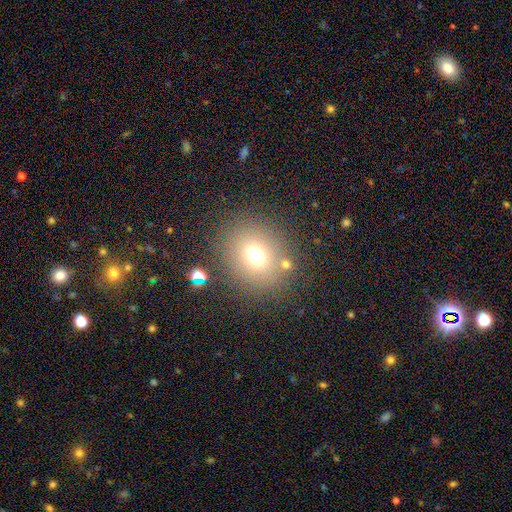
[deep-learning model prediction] smooth-or-featured: smooth: 70% | star or artifact: 18% | featured or disk: 12%
  how-rounded: round: 71% | in between: 28% | cigar-shaped: 1%
  merging: none: 81% | minor disturbance: 9% | merger: 5% | major disturbance: 4%